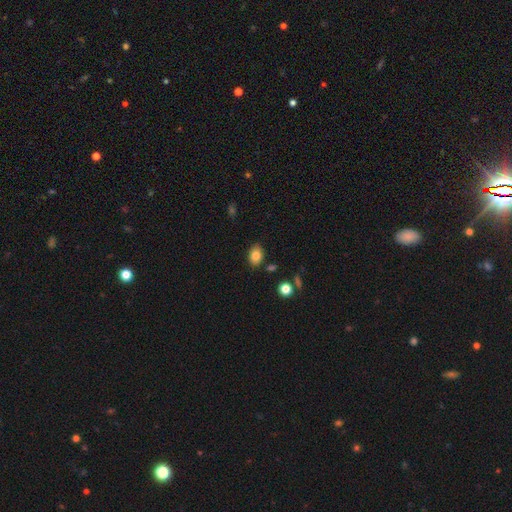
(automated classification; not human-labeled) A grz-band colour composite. It shows a smooth galaxy with no disk features (83%) that is in between round and cigar-shaped (80%). Merging: none (83%).